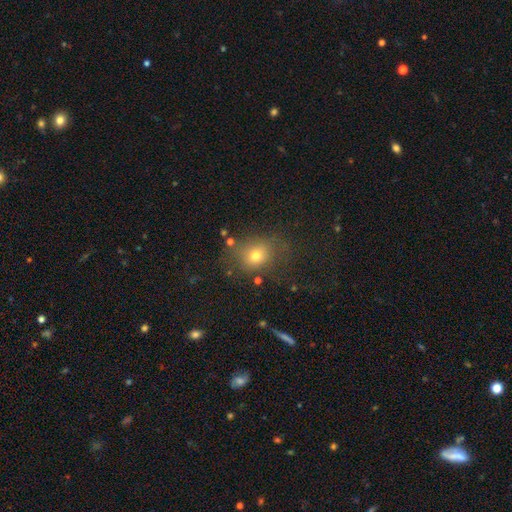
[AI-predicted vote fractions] A smooth galaxy with no disk features (71%) that is round (60%). Merging: none (66%).